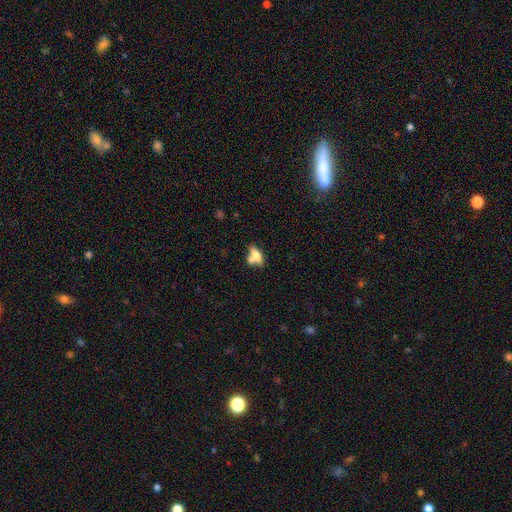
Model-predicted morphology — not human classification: smooth_or_featured: smooth (p=0.59) [alt: featured or disk p=0.32]
how_rounded: in between (p=0.72) [alt: cigar-shaped p=0.21]
merging: none (p=0.41) [alt: merger p=0.38]